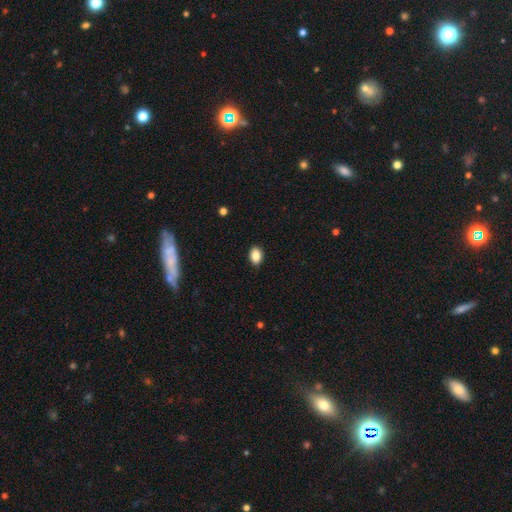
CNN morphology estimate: type=smooth (86%); roundness=in between (79%); merging=none (87%).